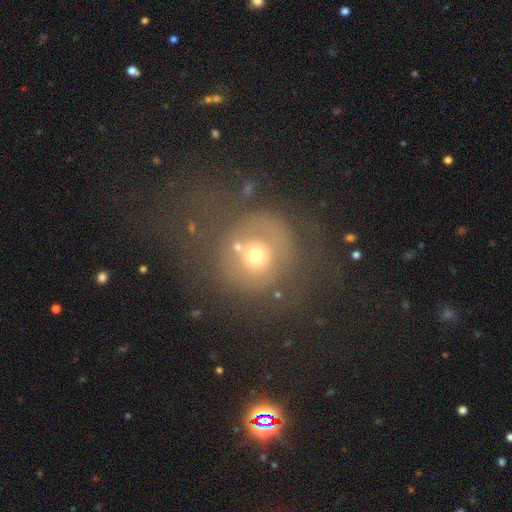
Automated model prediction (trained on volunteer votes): The model was most divided on "smooth or featured": smooth: 51%, featured or disk: 35%, star or artifact: 14%. More confident: how rounded — round (88%); merging — none (53%).